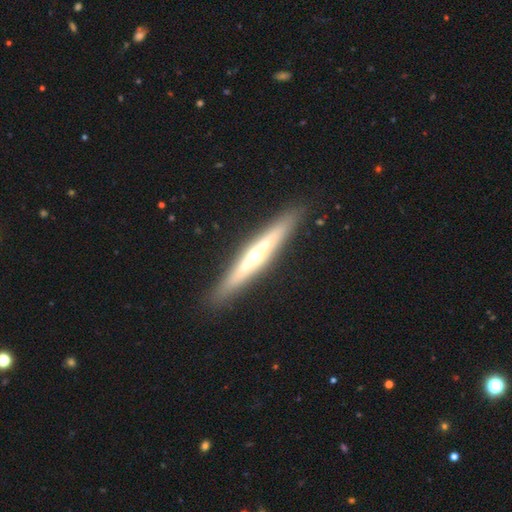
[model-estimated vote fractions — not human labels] smooth_or_featured: featured or disk (p=0.66) [alt: smooth p=0.28]
disk_edge_on: yes (p=0.94) [alt: no p=0.06]
edge_on_bulge: rounded (p=0.83) [alt: none p=0.13]
merging: none (p=0.90) [alt: minor disturbance p=0.07]